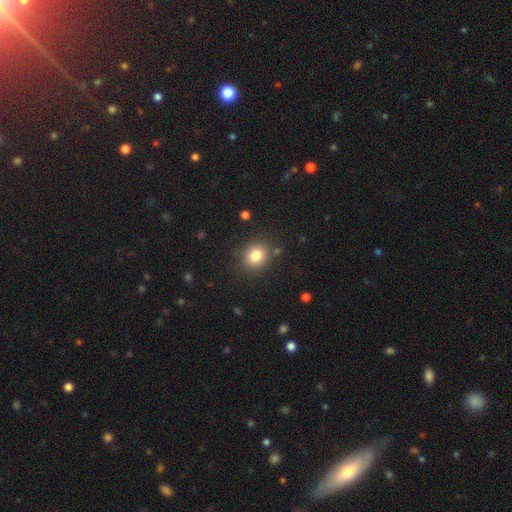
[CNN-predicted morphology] Smooth or featured? smooth (82%)
How rounded? round (75%)
Merging? none (85%)